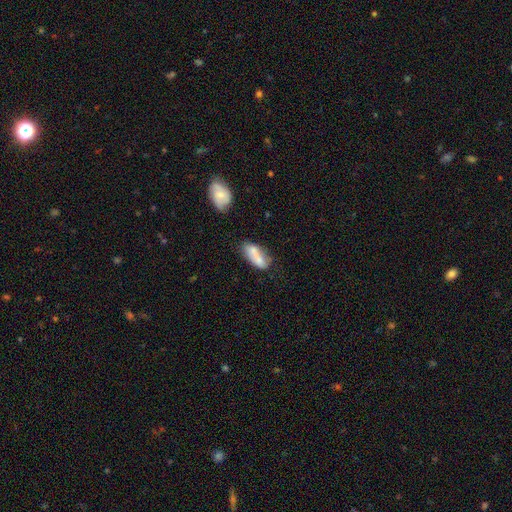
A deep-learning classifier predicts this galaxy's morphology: Smooth or featured: smooth — 72% (featured or disk — 21%)
How rounded: in between — 78% (cigar-shaped — 19%)
Merging: none — 45% (minor disturbance — 24%)